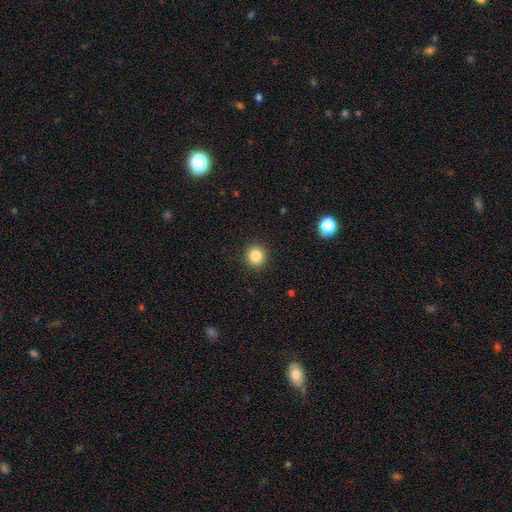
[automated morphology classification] type=smooth (85%); roundness=round (94%); merging=none (92%).